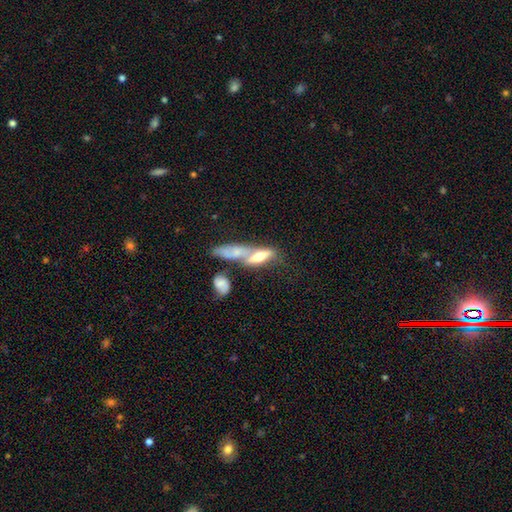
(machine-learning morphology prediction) Q: Smooth or featured?
A: featured or disk (51%); runner-up: smooth (39%)
Q: Edge-on disk?
A: yes (51%); runner-up: no (49%)
Q: Merging?
A: merger (50%); runner-up: none (25%)